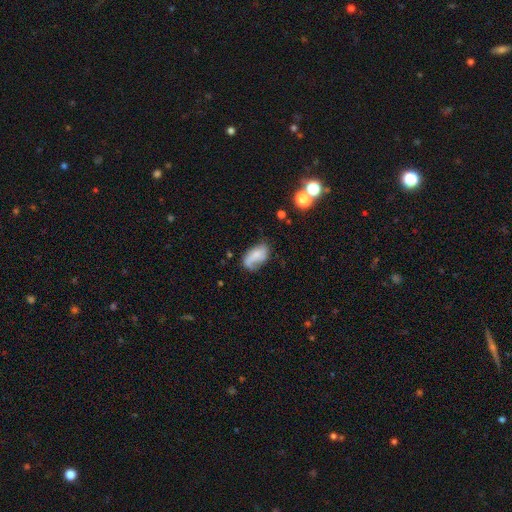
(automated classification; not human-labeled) This appears to be a smooth galaxy with no disk features (59%) that is in between round and cigar-shaped (91%). Merging: none (43%).